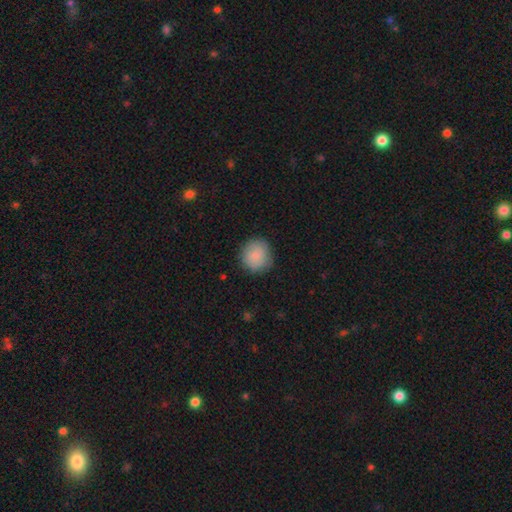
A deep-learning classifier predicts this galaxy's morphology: This is clearly a smooth galaxy (85%). How rounded: clearly round (91%). Merging: clearly none (84%).